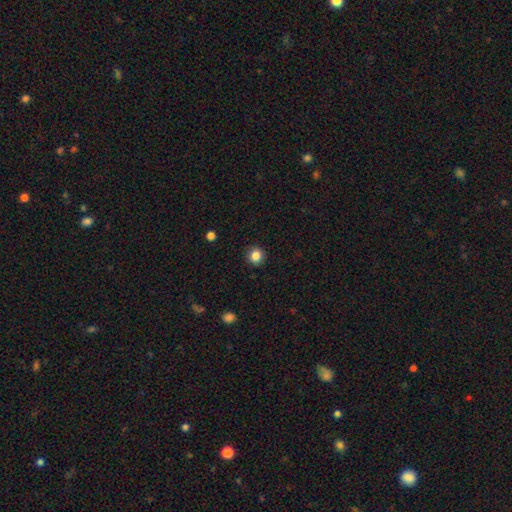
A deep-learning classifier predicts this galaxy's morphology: Overall: smooth (85%). How rounded: round (87%). Merging: none (90%).